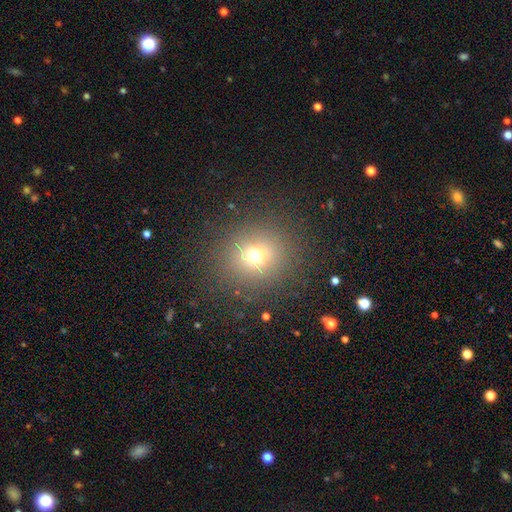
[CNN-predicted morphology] Smooth or featured? Predicted: smooth (p=0.66). How rounded? Predicted: round (p=0.90). Merging? Predicted: none (p=0.86).